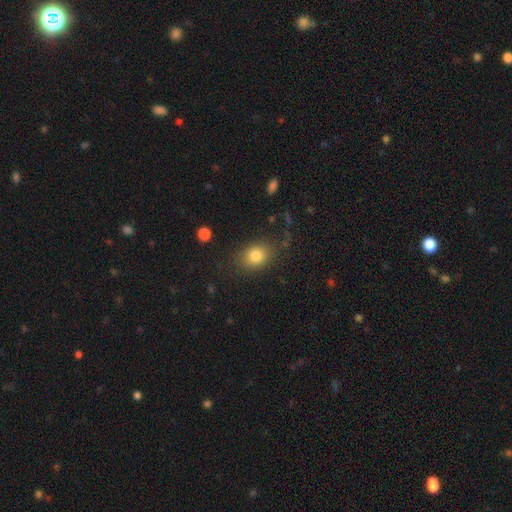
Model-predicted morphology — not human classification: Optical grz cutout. It shows a smooth galaxy with no disk features (81%) that is in between round and cigar-shaped (58%). Merging: none (81%).